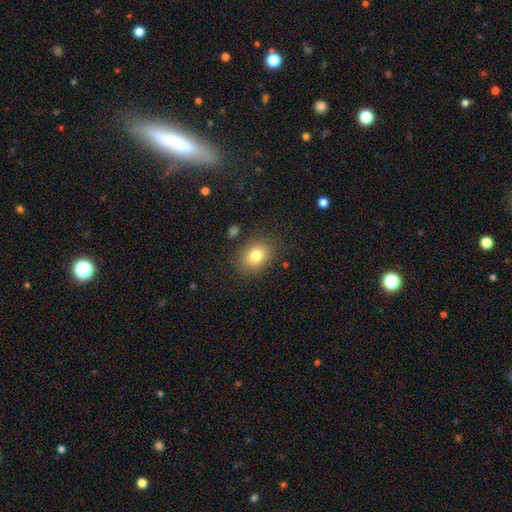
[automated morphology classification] Smooth or featured?
  - smooth: 80% *
  - star or artifact: 10%
  - featured or disk: 10%
How rounded?
  - in between: 61% *
  - round: 38%
  - cigar-shaped: 1%
Merging?
  - none: 84% *
  - minor disturbance: 11%
  - major disturbance: 4%
  - merger: 2%